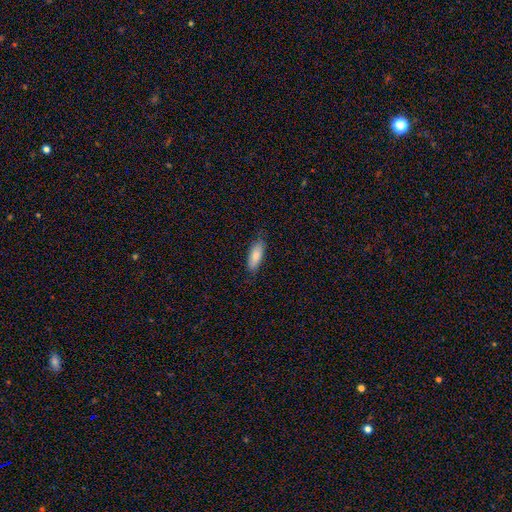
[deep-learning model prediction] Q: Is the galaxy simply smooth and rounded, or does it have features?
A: smooth — 82%.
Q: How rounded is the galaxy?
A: in between — 73%.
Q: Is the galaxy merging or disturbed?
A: none — 81%.